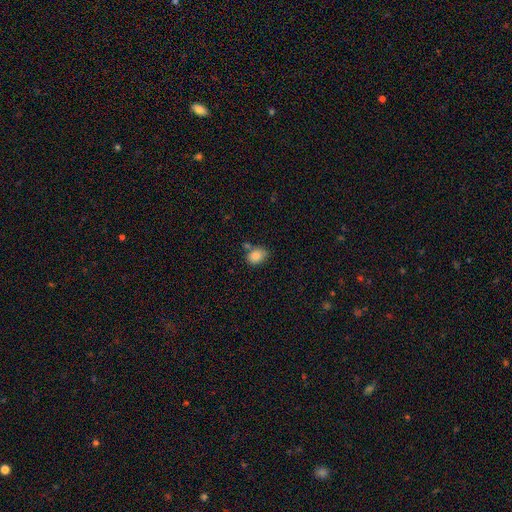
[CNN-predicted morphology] This is clearly a smooth galaxy (86%). How rounded: likely in between (69%). Merging: likely none (62%).